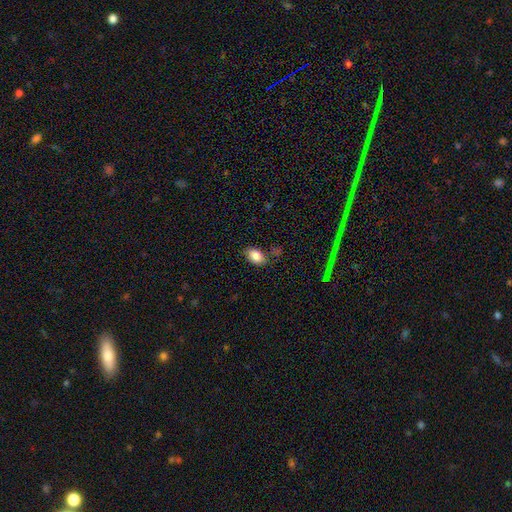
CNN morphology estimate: smooth-or-featured: smooth: 85% | star or artifact: 8% | featured or disk: 7%
  how-rounded: in between: 89% | round: 10% | cigar-shaped: 2%
  merging: none: 75% | minor disturbance: 17% | major disturbance: 4% | merger: 4%